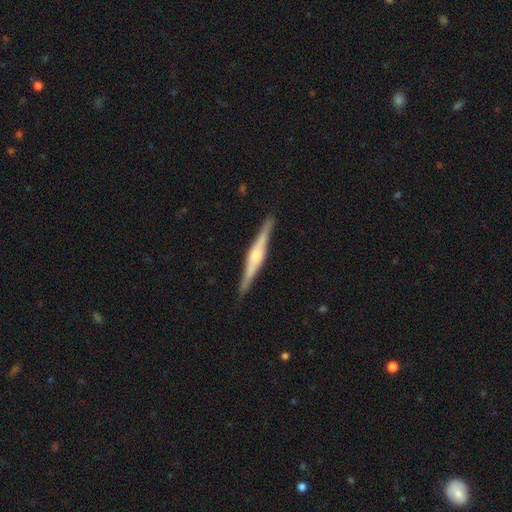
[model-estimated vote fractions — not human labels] This appears to be a featured or disk galaxy (78%) viewed edge-on (98%) with a rounded central bulge (74%). Merging: none (90%).